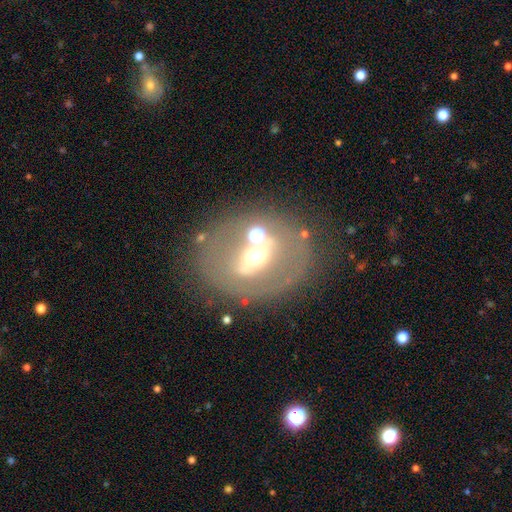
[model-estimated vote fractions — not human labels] featured or disk 61%, smooth 27%, star or artifact 12%. Down the decision tree: edge-on disk — no (88%); bar — strong (43%); spiral arms — no (86%); bulge size — moderate (64%); merging — none (71%).